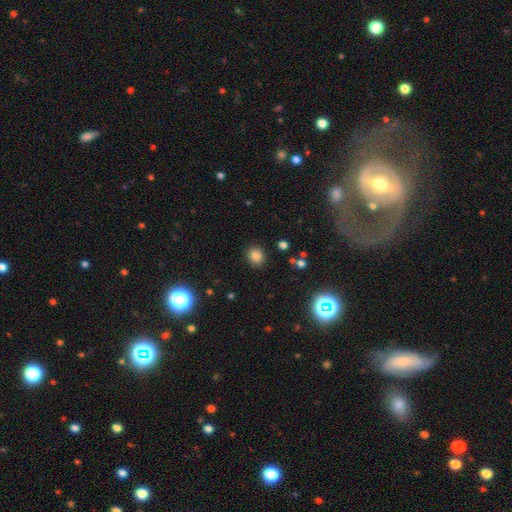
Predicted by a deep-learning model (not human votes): smooth_or_featured: smooth (p=0.81) [alt: star or artifact p=0.13]
how_rounded: round (p=0.76) [alt: in between p=0.23]
merging: none (p=0.89) [alt: minor disturbance p=0.07]